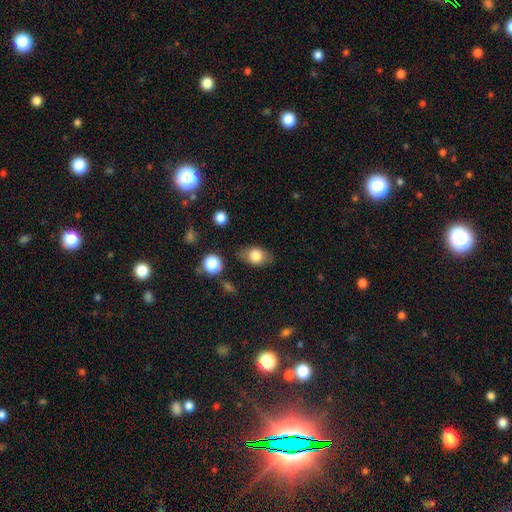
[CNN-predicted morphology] smooth_or_featured: smooth (p=0.77) [alt: featured or disk p=0.15]
how_rounded: in between (p=0.80) [alt: round p=0.18]
merging: none (p=0.78) [alt: minor disturbance p=0.15]